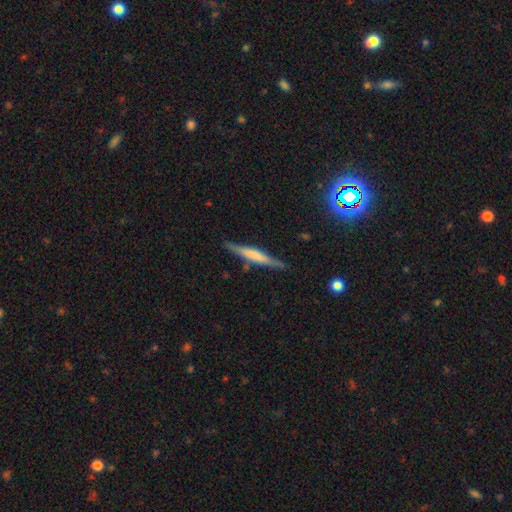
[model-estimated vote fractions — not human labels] Overall: featured or disk (52%; smooth 42%). Edge-on disk: yes (96%). Merging: none (85%).